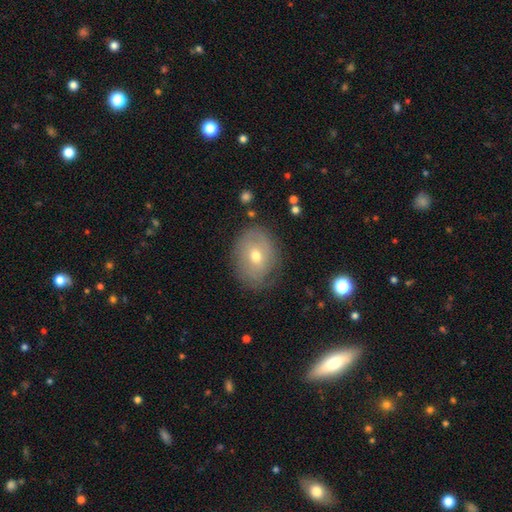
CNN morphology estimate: smooth-or-featured: smooth: 49% | featured or disk: 41% | star or artifact: 11%
  merging: none: 74% | minor disturbance: 19% | major disturbance: 6% | merger: 1%